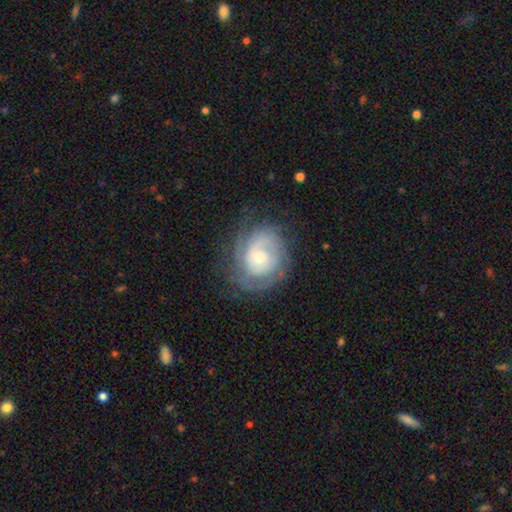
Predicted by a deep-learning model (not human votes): Smooth or featured? Predicted: featured or disk (p=0.75). Edge-on disk? Predicted: no (p=0.97). Bar? Predicted: no (p=0.68). Spiral arms? Predicted: yes (p=0.91). Spiral winding? Predicted: tight (p=0.69). Spiral arm count? Predicted: can't tell (p=0.37). Bulge size? Predicted: small (p=0.46, tied with moderate). Merging? Predicted: none (p=0.72).